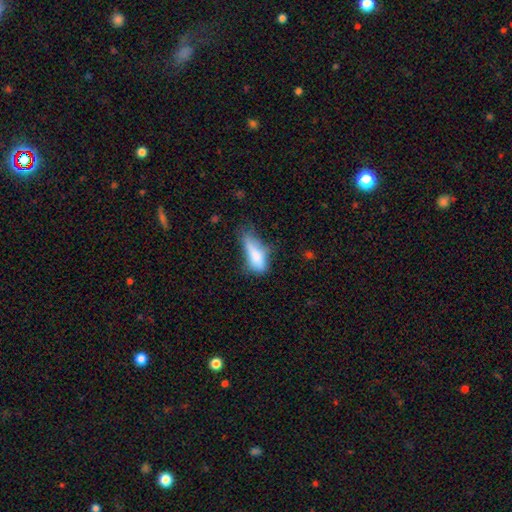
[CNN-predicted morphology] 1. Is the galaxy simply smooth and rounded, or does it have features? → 73% smooth, 18% featured or disk, 9% star or artifact.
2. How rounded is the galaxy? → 67% in between, 30% cigar-shaped, 3% round.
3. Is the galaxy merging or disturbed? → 35% minor disturbance, 30% major disturbance, 28% none, 7% merger.